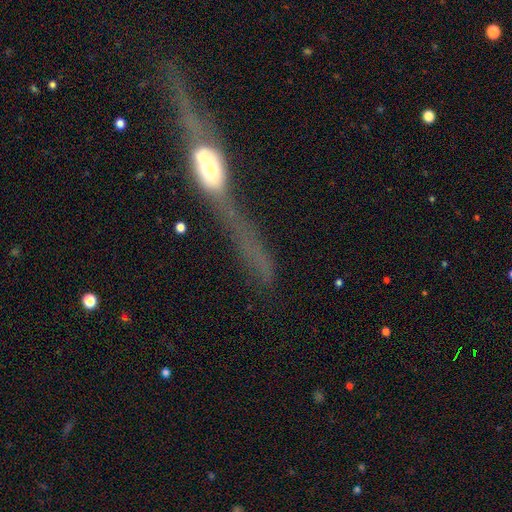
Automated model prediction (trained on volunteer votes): Smooth or featured?
  - featured or disk: 56% *
  - smooth: 27%
  - star or artifact: 17%
Edge-on disk?
  - yes: 67% *
  - no: 33%
Merging?
  - none: 33% * (tied)
  - major disturbance: 33% * (tied)
  - merger: 17%
  - minor disturbance: 17%